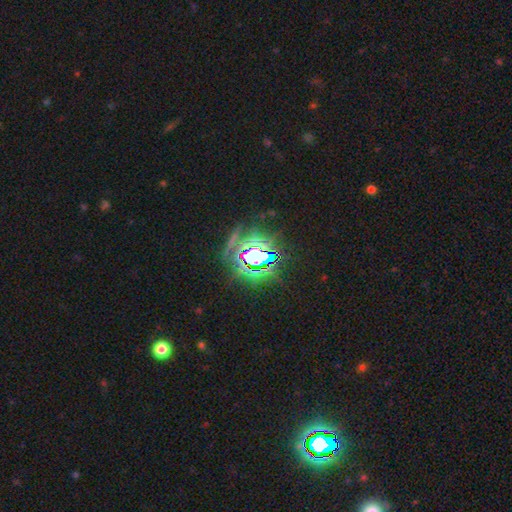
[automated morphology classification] star or artifact 83%, smooth 10%, featured or disk 7%.